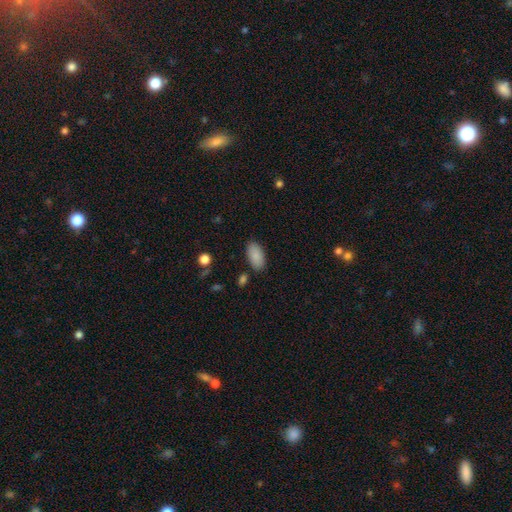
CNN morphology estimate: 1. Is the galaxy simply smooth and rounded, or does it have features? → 88% smooth, 7% star or artifact, 5% featured or disk.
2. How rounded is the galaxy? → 94% in between, 4% cigar-shaped, 2% round.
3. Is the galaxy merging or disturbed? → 85% none, 10% minor disturbance, 2% major disturbance, 2% merger.